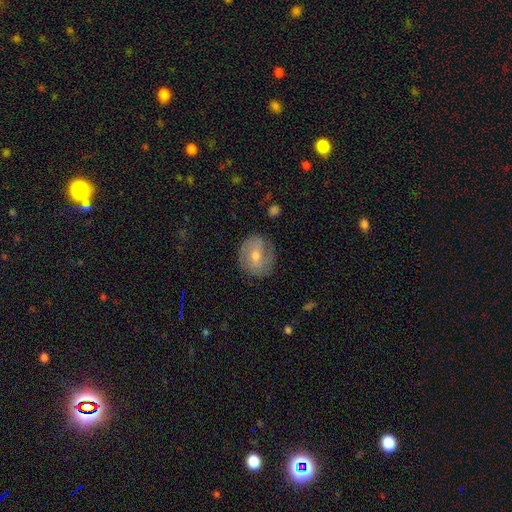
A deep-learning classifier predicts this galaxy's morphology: Overall: featured or disk (62%; smooth 30%). Edge-on disk: no (96%). Bar: no (44%; weak 42%). Spiral arms: yes (82%). Bulge size: moderate (58%; small 38%). Merging: none (78%).